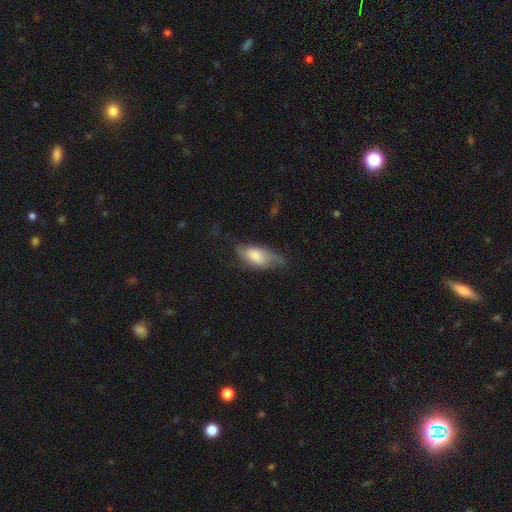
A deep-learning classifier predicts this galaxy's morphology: Q: Smooth or featured?
A: smooth (65%); runner-up: featured or disk (28%)
Q: How rounded?
A: in between (88%); runner-up: cigar-shaped (9%)
Q: Merging?
A: none (44%); runner-up: minor disturbance (34%)